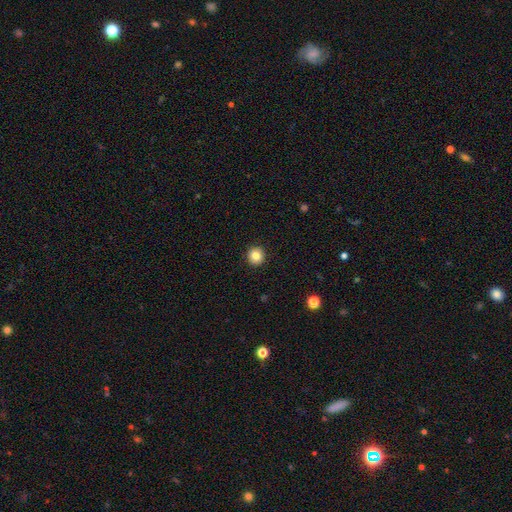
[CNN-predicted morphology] Smooth or featured?
  - smooth: 83% *
  - star or artifact: 10%
  - featured or disk: 7%
How rounded?
  - round: 91% *
  - in between: 8%
  - cigar-shaped: 1%
Merging?
  - none: 93% *
  - minor disturbance: 5%
  - major disturbance: 2%
  - merger: 1%